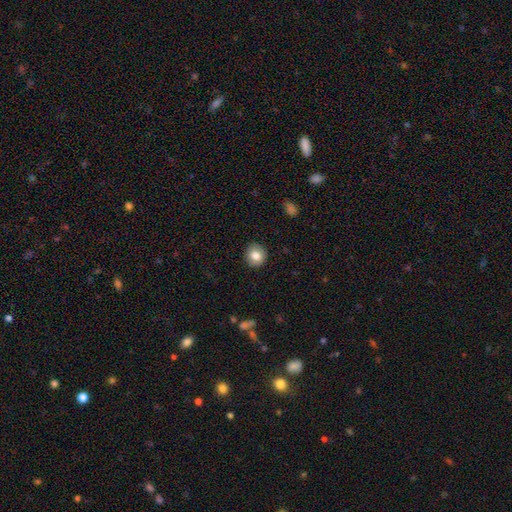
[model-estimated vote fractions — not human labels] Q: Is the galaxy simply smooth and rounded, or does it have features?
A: smooth — 82%.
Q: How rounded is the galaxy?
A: round — 86%.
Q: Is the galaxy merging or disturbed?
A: none — 90%.